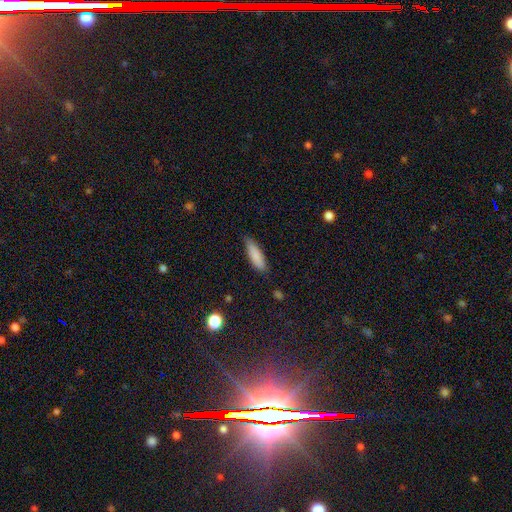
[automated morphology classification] Smooth or featured: smooth — 85% (featured or disk — 8%)
How rounded: cigar-shaped — 56% (in between — 43%)
Merging: none — 79% (minor disturbance — 17%)